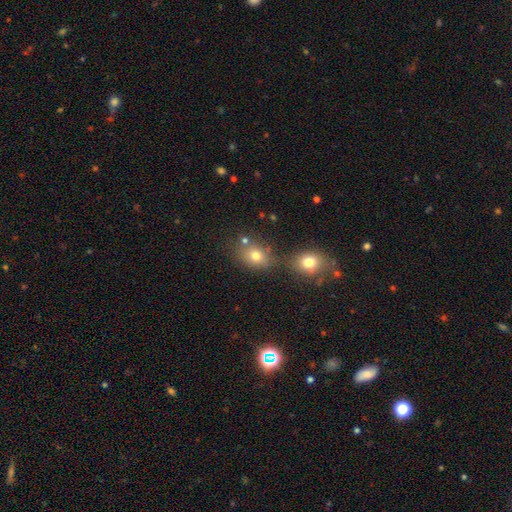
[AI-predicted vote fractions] smooth-or-featured: smooth: 74% | star or artifact: 15% | featured or disk: 11%
  how-rounded: in between: 51% | round: 48% | cigar-shaped: 1%
  merging: none: 58% | merger: 25% | minor disturbance: 12% | major disturbance: 5%